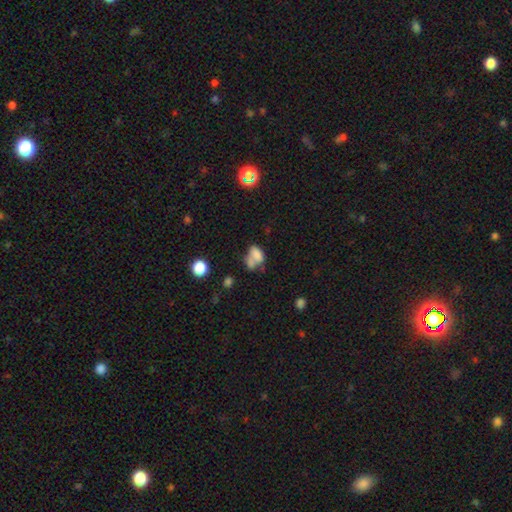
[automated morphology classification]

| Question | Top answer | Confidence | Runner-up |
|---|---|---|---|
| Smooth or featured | smooth | 68% | featured or disk (19%) |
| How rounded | in between | 82% | round (16%) |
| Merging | merger | 48% | none (24%) |